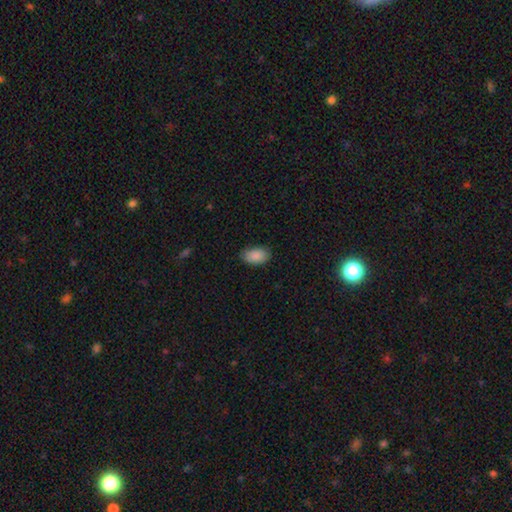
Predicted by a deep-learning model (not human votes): A smooth galaxy with no disk features (90%) that is in between round and cigar-shaped (93%). Merging: none (84%).